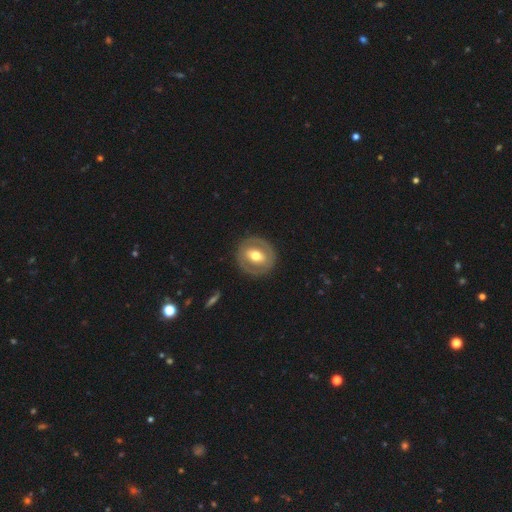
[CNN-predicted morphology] Smooth or featured?
  - featured or disk: 56% *
  - smooth: 39%
  - star or artifact: 5%
Edge-on disk?
  - no: 94% *
  - yes: 6%
Bar?
  - weak: 36% *
  - strong: 32%
  - no: 31%
Spiral arms?
  - no: 75% *
  - yes: 25%
Bulge size?
  - moderate: 72% *
  - large: 16%
  - small: 10%
  - dominant: 1%
  - none: 1%
Merging?
  - none: 86% *
  - minor disturbance: 9%
  - major disturbance: 4%
  - merger: 1%